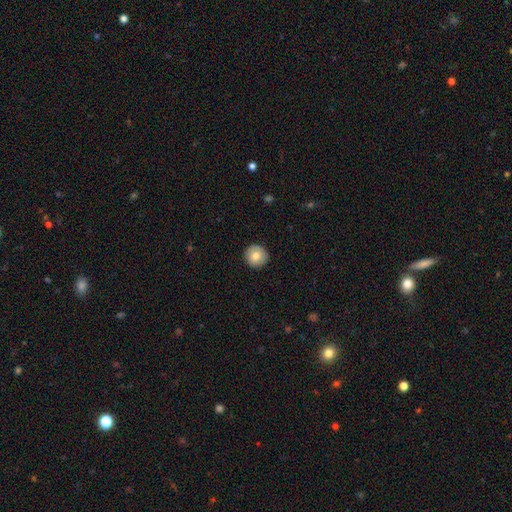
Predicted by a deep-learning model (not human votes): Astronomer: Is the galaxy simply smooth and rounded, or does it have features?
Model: smooth — 81%.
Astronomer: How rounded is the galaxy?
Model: round — 95%.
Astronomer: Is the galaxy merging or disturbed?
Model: none — 91%.